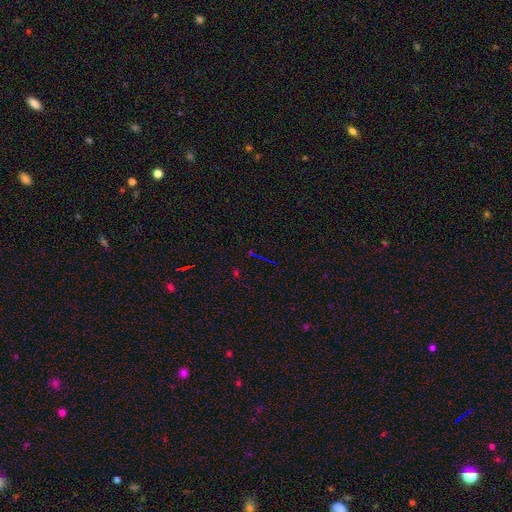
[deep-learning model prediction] star or artifact 74%, smooth 13%, featured or disk 13%.